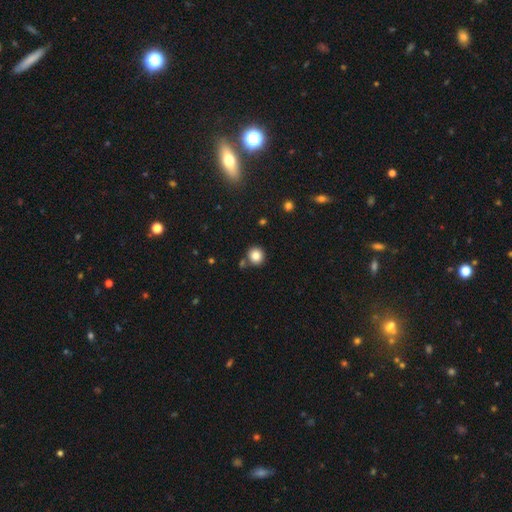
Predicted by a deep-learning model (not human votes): Q: Smooth or featured?
A: smooth (85%); runner-up: star or artifact (10%)
Q: How rounded?
A: round (90%); runner-up: in between (9%)
Q: Merging?
A: none (80%); runner-up: merger (9%)